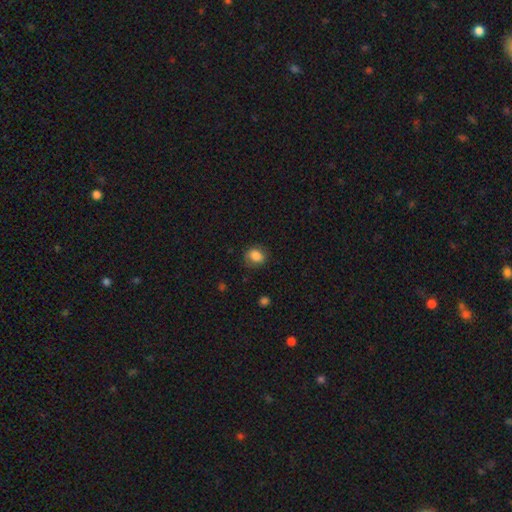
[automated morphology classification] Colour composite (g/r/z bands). It shows a smooth galaxy with no disk features (84%) that is round (52%). Merging: none (72%).